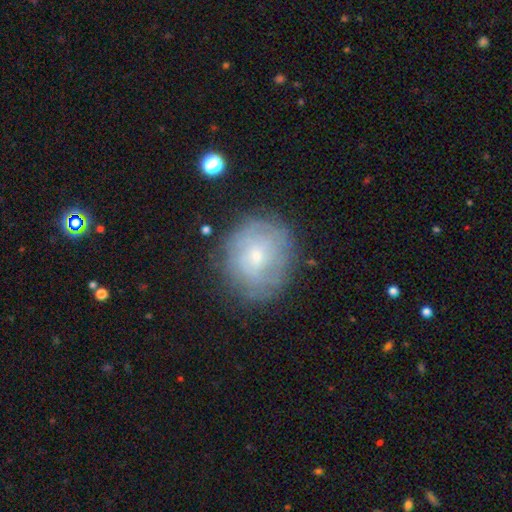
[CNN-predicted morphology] Overall: featured or disk (48%; smooth 42%). Merging: none (74%).